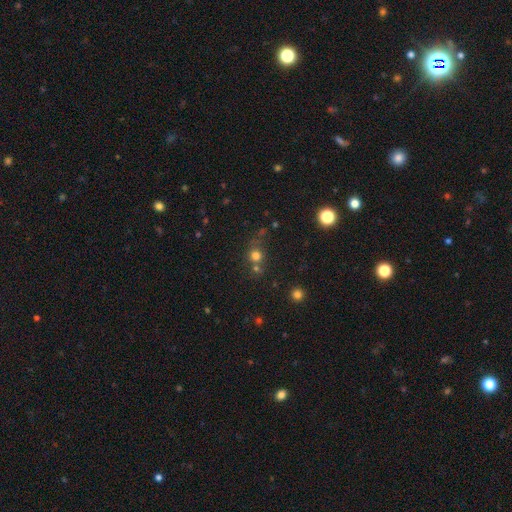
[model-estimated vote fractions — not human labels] Smooth or featured: smooth — 73% (star or artifact — 19%)
How rounded: round — 87% (in between — 12%)
Merging: none — 59% (merger — 25%)